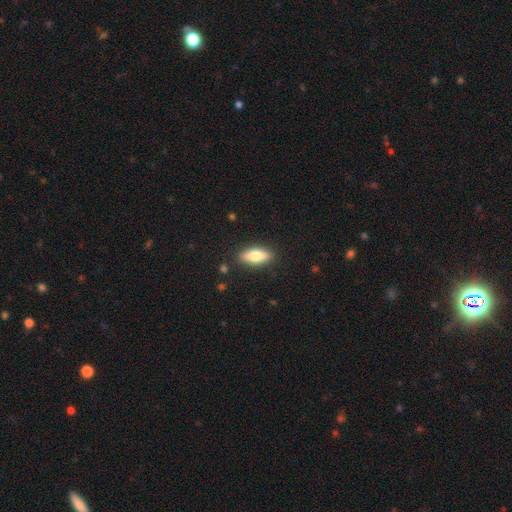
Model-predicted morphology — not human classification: This is likely a smooth galaxy (74%). How rounded: likely in between (75%). Merging: clearly none (87%).